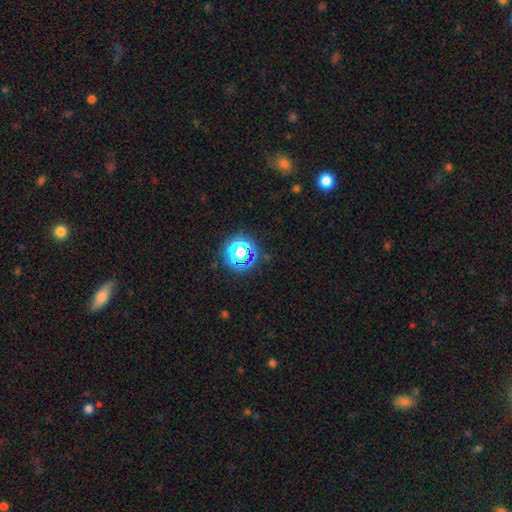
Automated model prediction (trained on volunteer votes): Overall: star or artifact (64%; smooth 29%).